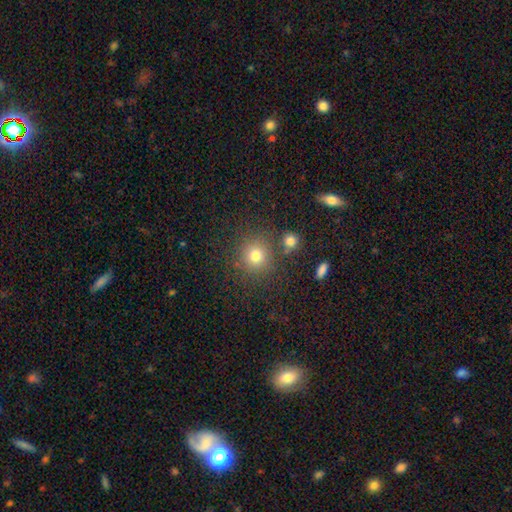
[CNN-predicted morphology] Q: Smooth or featured?
A: smooth (76%); runner-up: star or artifact (16%)
Q: How rounded?
A: round (91%); runner-up: in between (8%)
Q: Merging?
A: none (80%); runner-up: minor disturbance (9%)